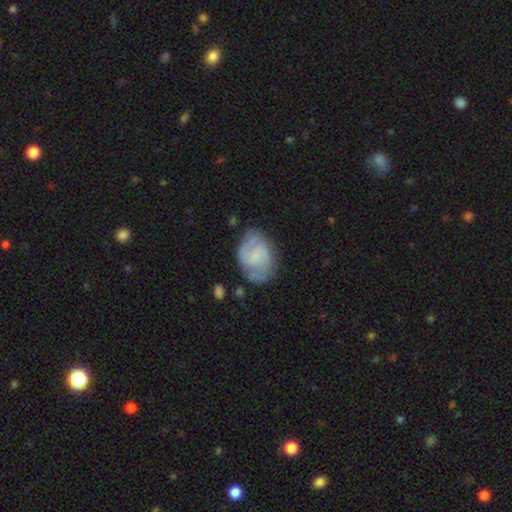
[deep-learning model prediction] A featured or disk galaxy (67%) with no bar (54%), 2 (64%) medium (46%) spiral arms (89%) and no central bulge (44%).

Vote fractions:
- Smooth or featured? featured or disk: 67% / smooth: 26% / star or artifact: 7%
- Edge-on disk? no: 98% / yes: 2%
- Bar? no: 54% / weak: 38% / strong: 7%
- Spiral arms? yes: 89% / no: 11%
- Spiral winding? medium: 46% / tight: 38% / loose: 16%
- Spiral arm count? 2: 64% / can't tell: 18% / 3: 10% / 1: 3% / 4: 2% / more than 4: 2%
- Bulge size? none: 44% / small: 35% / moderate: 15% / large: 4% / dominant: 1%
- Merging? none: 66% / minor disturbance: 22% / major disturbance: 9% / merger: 3%